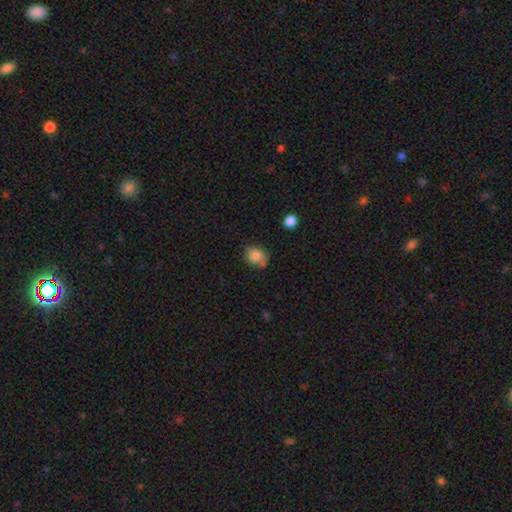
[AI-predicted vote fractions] smooth_or_featured: smooth (p=0.82) [alt: star or artifact p=0.10]
how_rounded: round (p=0.60) [alt: in between p=0.39]
merging: none (p=0.58) [alt: minor disturbance p=0.25]